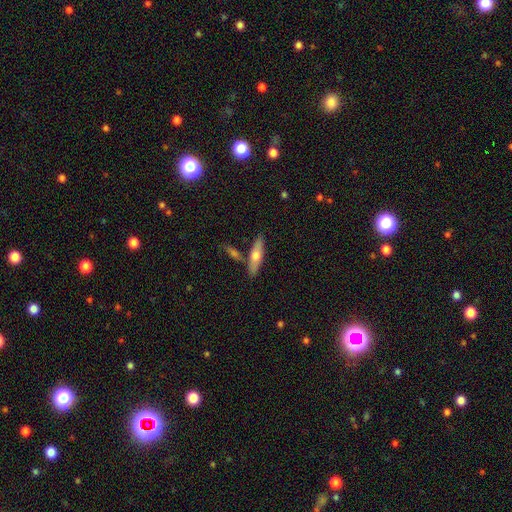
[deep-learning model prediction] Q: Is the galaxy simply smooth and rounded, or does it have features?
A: smooth — 54%.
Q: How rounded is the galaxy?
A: cigar-shaped — 62%.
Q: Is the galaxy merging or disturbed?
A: none — 74%.